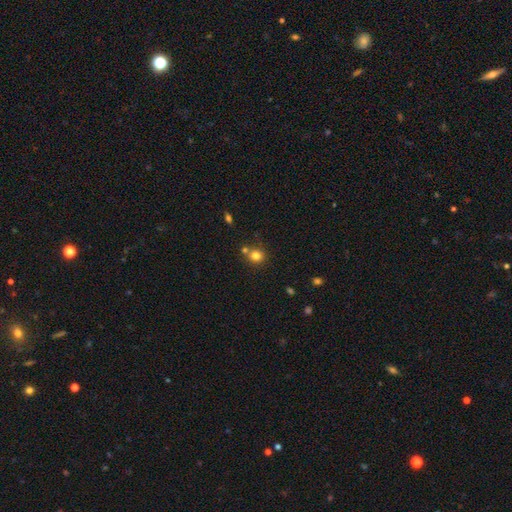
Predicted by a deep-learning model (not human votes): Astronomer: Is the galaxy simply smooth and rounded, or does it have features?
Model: smooth — 80%.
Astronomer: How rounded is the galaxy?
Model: round — 85%.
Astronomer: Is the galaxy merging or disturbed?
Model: none — 66%.